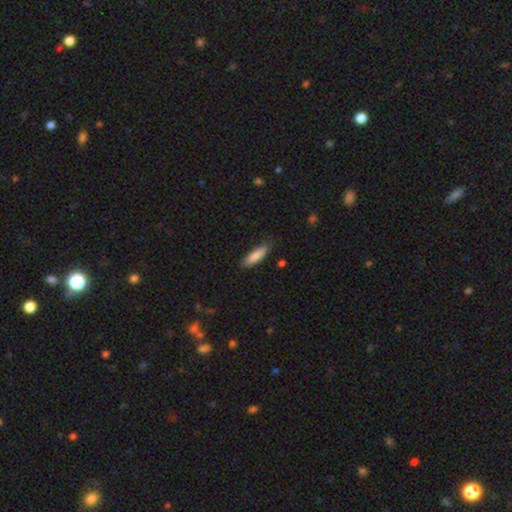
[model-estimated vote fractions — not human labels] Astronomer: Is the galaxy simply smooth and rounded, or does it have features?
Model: smooth — 85%.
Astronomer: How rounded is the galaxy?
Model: cigar-shaped — 63%.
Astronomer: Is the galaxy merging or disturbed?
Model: none — 82%.